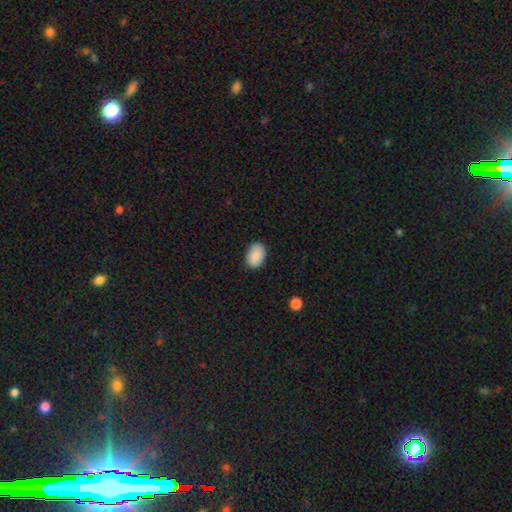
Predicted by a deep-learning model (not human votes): Smooth or featured? smooth (90%)
How rounded? in between (86%)
Merging? none (87%)